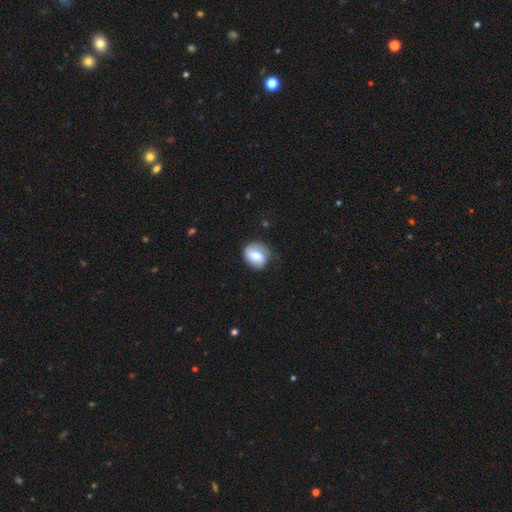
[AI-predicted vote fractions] smooth_or_featured: smooth (p=0.63) [alt: featured or disk p=0.30]
how_rounded: round (p=0.65) [alt: in between p=0.34]
merging: none (p=0.72) [alt: minor disturbance p=0.20]